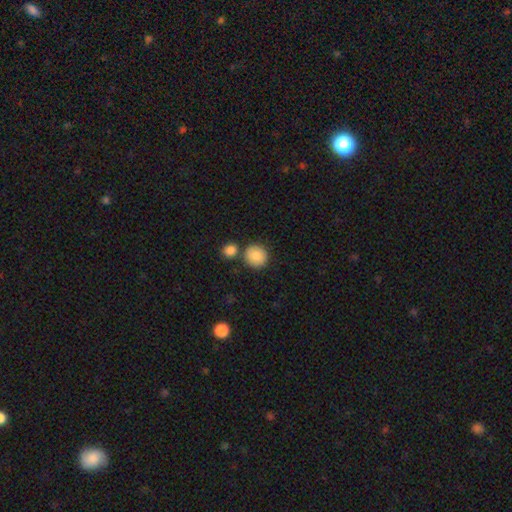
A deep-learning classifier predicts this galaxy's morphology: A smooth galaxy with no disk features (87%) that is round (89%). Merging: none (74%).